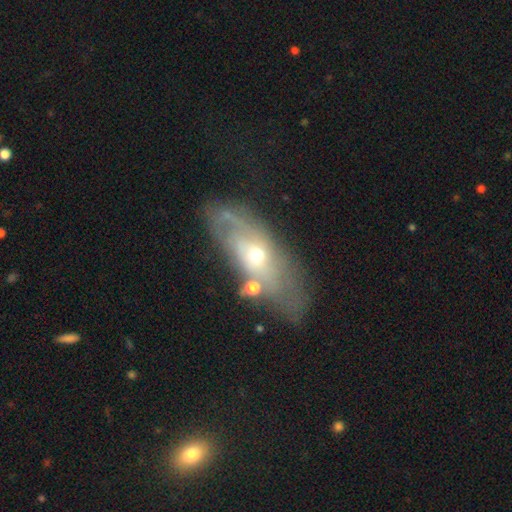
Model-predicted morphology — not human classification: type=featured or disk (67%); edge-on=no (81%); bar=no (78%); spiral arms=yes (63%); bulge=moderate (48%); merging=none (60%).